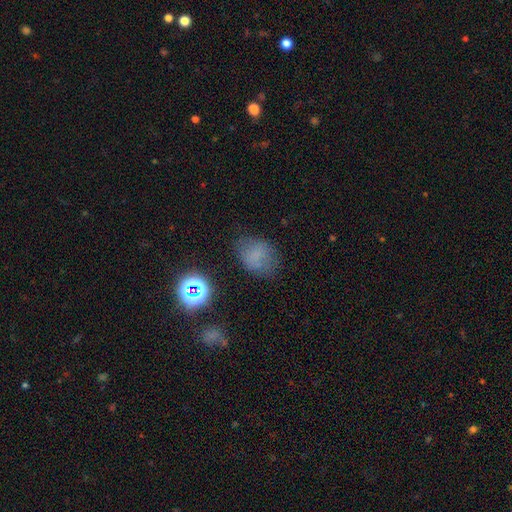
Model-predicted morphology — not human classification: This appears to be a smooth galaxy with no disk features (65%) that is in between round and cigar-shaped (55%). Merging: none (64%).